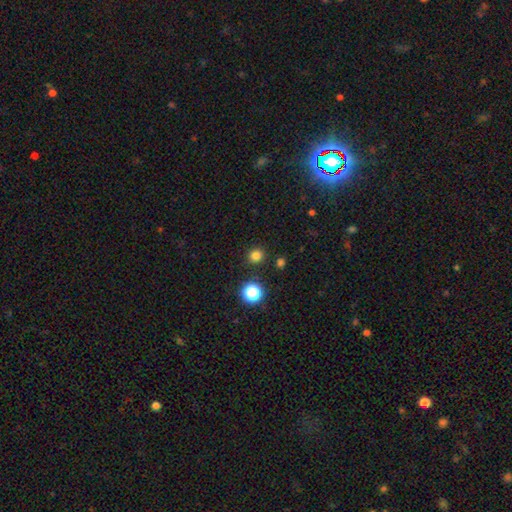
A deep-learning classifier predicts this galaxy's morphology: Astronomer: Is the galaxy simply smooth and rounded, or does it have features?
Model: smooth — 79%.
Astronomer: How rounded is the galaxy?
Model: round — 89%.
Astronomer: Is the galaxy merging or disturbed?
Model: none — 90%.